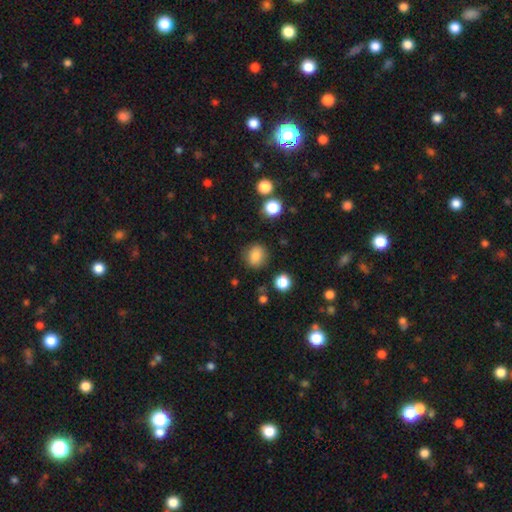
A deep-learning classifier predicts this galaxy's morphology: Q: Smooth or featured?
A: smooth (84%); runner-up: star or artifact (11%)
Q: How rounded?
A: round (75%); runner-up: in between (24%)
Q: Merging?
A: none (83%); runner-up: minor disturbance (11%)